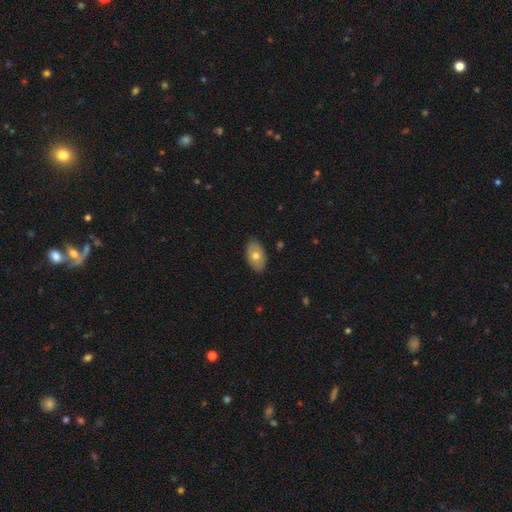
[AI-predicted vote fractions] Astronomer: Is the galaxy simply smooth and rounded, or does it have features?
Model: smooth — 65%.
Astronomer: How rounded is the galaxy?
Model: in between — 92%.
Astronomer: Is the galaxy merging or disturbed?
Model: none — 86%.